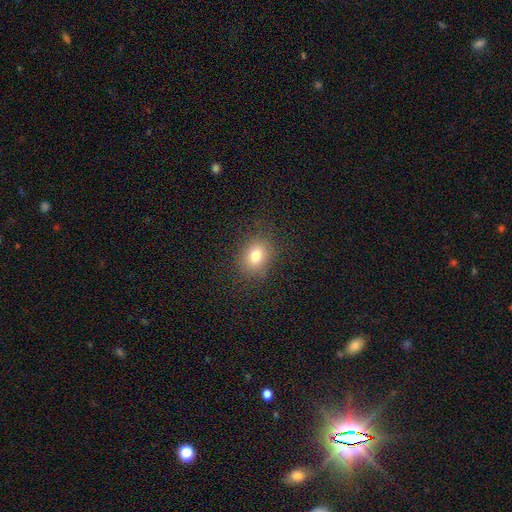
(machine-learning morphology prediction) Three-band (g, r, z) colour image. It shows a smooth galaxy with no disk features (78%) that is in between round and cigar-shaped (50%). Merging: none (84%).